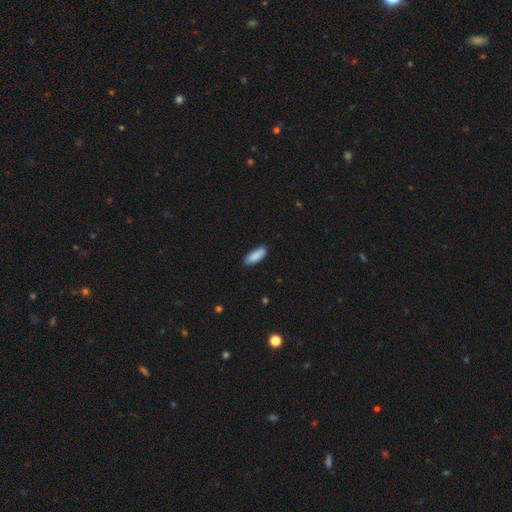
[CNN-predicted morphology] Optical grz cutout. It shows a smooth galaxy with no disk features (88%) that is in between round and cigar-shaped (70%). Merging: none (86%).